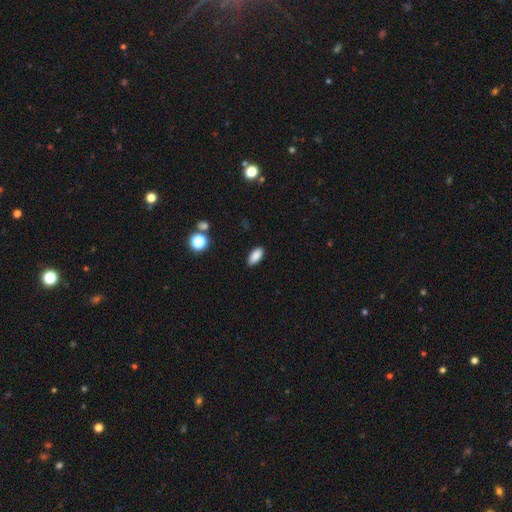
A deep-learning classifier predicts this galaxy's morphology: A smooth galaxy with no disk features (86%) that is in between round and cigar-shaped (90%). Merging: none (87%).